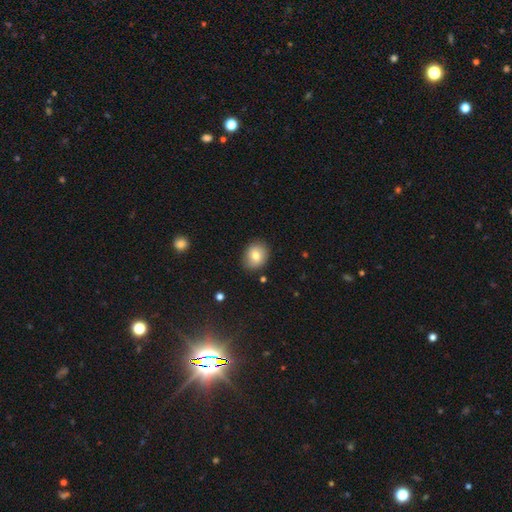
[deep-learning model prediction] This is likely a smooth galaxy (77%). How rounded: likely round (64%). Merging: clearly none (85%).